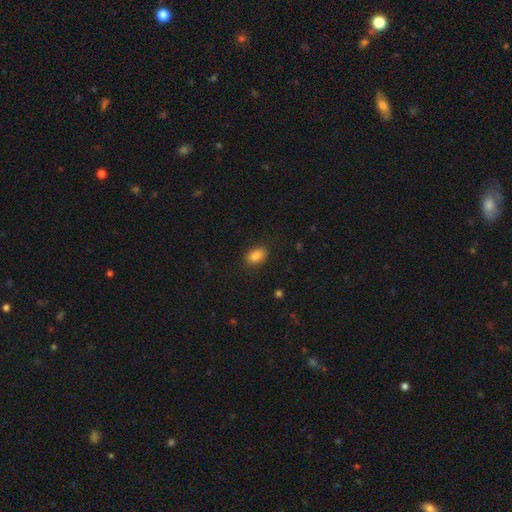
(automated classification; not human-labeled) This is clearly a smooth galaxy (86%). How rounded: clearly in between (87%). Merging: clearly none (85%).